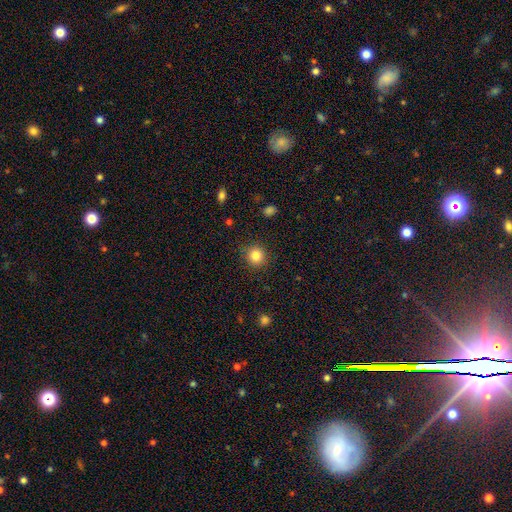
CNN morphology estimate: Q: Smooth or featured?
A: smooth (84%); runner-up: star or artifact (11%)
Q: How rounded?
A: round (91%); runner-up: in between (8%)
Q: Merging?
A: none (90%); runner-up: minor disturbance (7%)